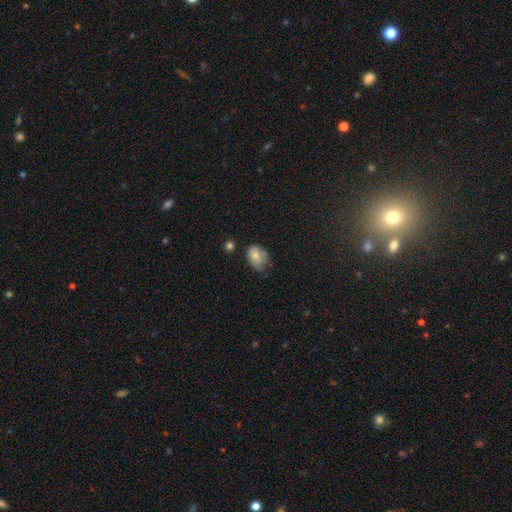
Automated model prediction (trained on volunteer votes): The model was most divided on "merging": minor disturbance: 43%, none: 38%, major disturbance: 13%, merger: 5%. More confident: smooth or featured — smooth (73%); how rounded — in between (68%).